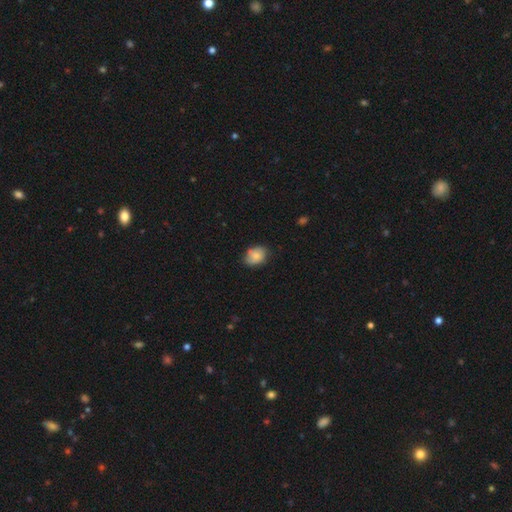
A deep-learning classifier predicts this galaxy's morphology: This appears to be a smooth galaxy with no disk features (75%) that is in between round and cigar-shaped (64%). Merging: none (66%).